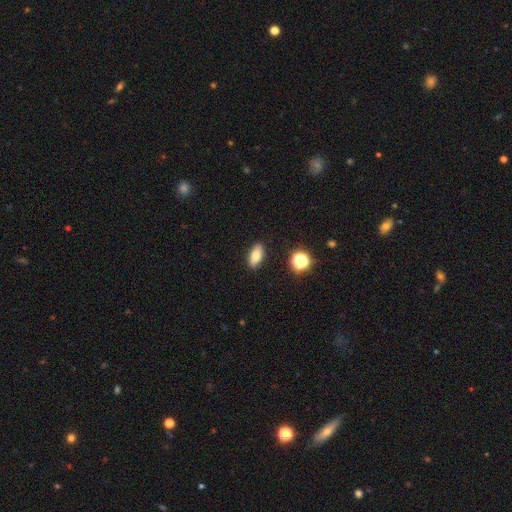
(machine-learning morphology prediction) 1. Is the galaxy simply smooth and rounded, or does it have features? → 76% smooth, 14% featured or disk, 10% star or artifact.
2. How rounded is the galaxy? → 84% in between, 10% cigar-shaped, 6% round.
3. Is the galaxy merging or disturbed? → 89% none, 7% minor disturbance, 2% major disturbance, 2% merger.